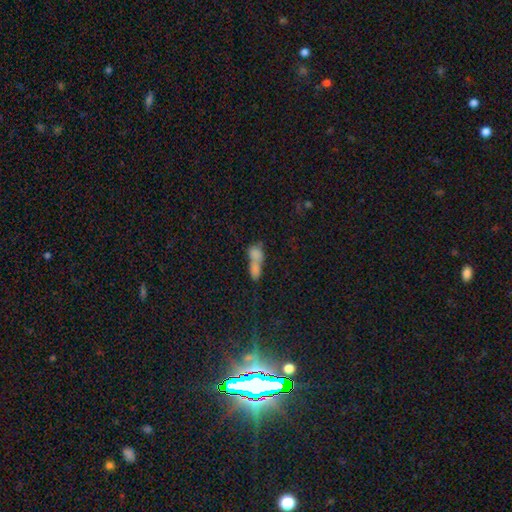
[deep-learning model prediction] The model was most divided on "how rounded": in between: 67%, round: 20%, cigar-shaped: 13%. More confident: smooth or featured — smooth (74%); merging — merger (71%).